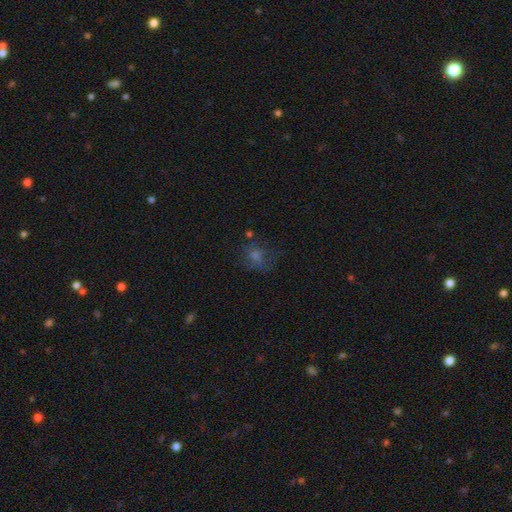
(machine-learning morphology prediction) The model was most divided on "smooth or featured": smooth: 48%, star or artifact: 29%, featured or disk: 22%. More confident: merging — none (60%).